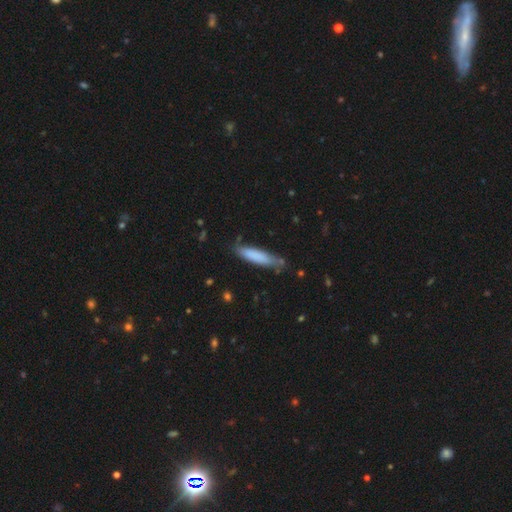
A smooth galaxy with no disk features (87%) that is cigar-shaped (79%).

Vote fractions:
- Smooth or featured? smooth: 87% / featured or disk: 11% / star or artifact: 3%
- How rounded? cigar-shaped: 79% / in between: 21% / round: 0%
- Merging? none: 84% / minor disturbance: 14% / merger: 3% / major disturbance: 0%